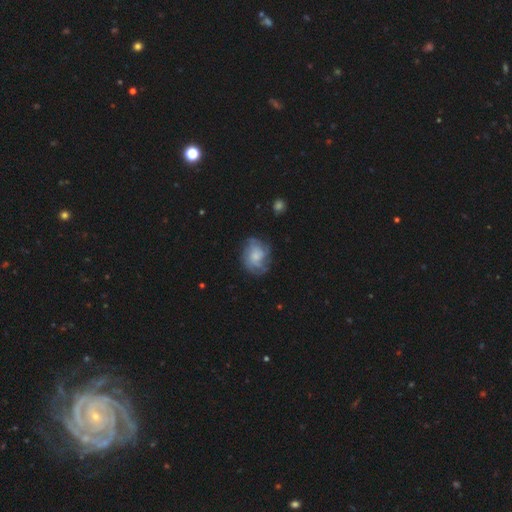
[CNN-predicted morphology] This is likely a featured or disk galaxy (61%). It is clearly not viewed edge-on (97%). Bar: likely no (75%). Spiral arm pattern: clearly yes (85%). Spiral arm count: marginally can't tell (42%). Spiral winding: marginally tight (44%). Central bulge: marginally small (35%). Merging: likely none (66%).